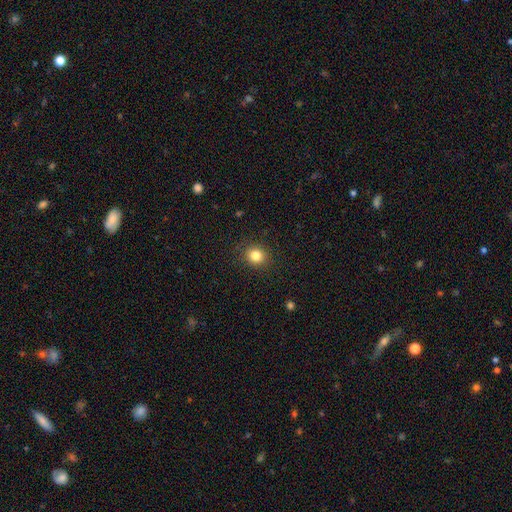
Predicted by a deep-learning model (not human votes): This is clearly a smooth galaxy (82%). How rounded: clearly round (83%). Merging: clearly none (90%).